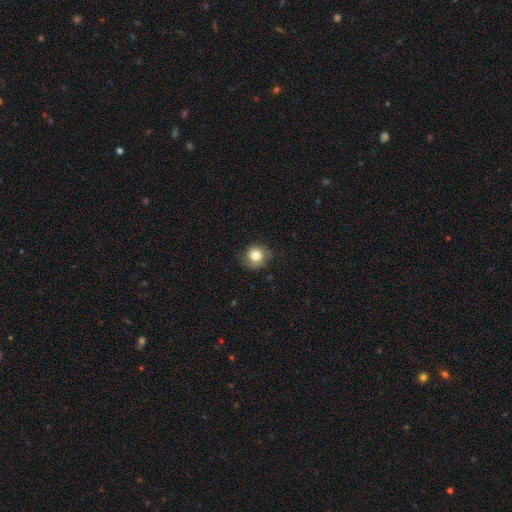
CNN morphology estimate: smooth-or-featured: smooth: 76% | featured or disk: 15% | star or artifact: 9%
  how-rounded: round: 84% | in between: 15% | cigar-shaped: 1%
  merging: none: 74% | minor disturbance: 19% | major disturbance: 6% | merger: 1%